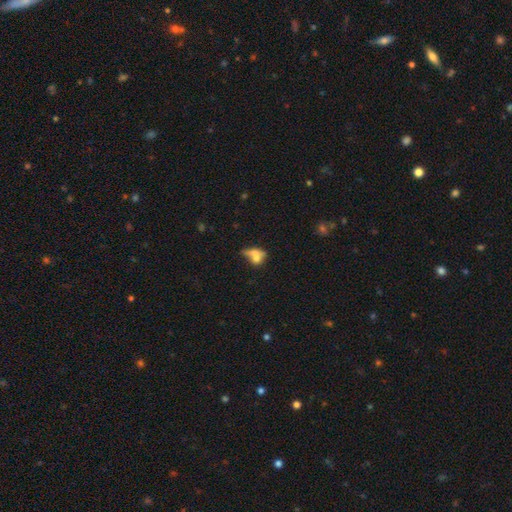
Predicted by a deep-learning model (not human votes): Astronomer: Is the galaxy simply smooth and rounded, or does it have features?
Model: smooth — 62%.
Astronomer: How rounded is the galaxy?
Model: in between — 61%.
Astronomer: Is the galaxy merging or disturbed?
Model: merger — 42% (runner-up: none, 26%).